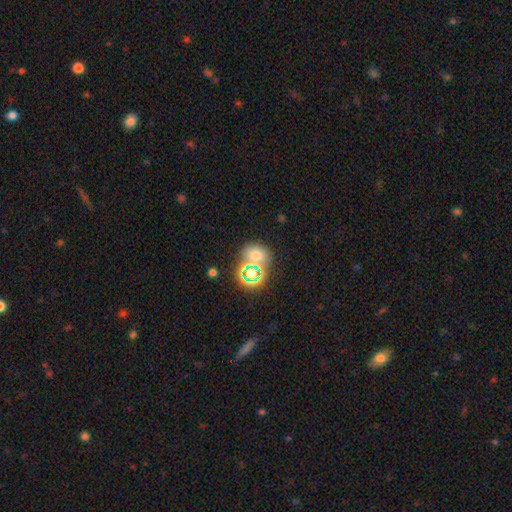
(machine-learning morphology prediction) smooth-or-featured: smooth: 61% | star or artifact: 29% | featured or disk: 10%
  how-rounded: round: 55% | in between: 44% | cigar-shaped: 1%
  merging: none: 62% | merger: 23% | minor disturbance: 11% | major disturbance: 5%